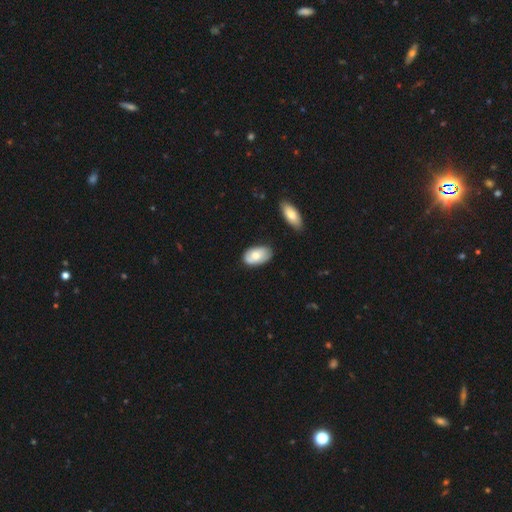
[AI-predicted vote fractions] smooth 67%, featured or disk 27%, star or artifact 6%. Down the decision tree: how rounded — in between (94%); merging — none (71%).